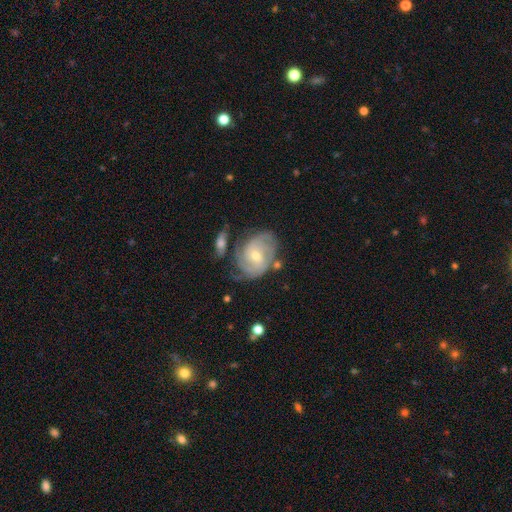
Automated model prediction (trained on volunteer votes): This is clearly a featured or disk galaxy (84%). It is clearly not viewed edge-on (97%). Bar: possibly no (53%). Spiral arm pattern: clearly yes (95%). Spiral arm count: marginally can't tell (29%). Spiral winding: likely tight (64%). Central bulge: possibly small (53%). Merging: likely none (61%).